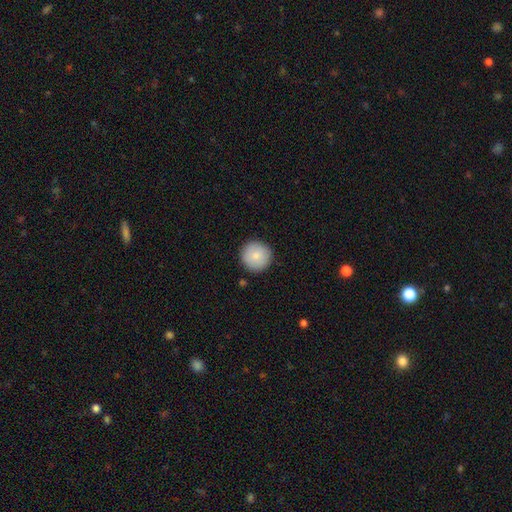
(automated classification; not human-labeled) A smooth galaxy with no disk features (85%) that is round (96%).

Vote fractions:
- Smooth or featured? smooth: 85% / featured or disk: 9% / star or artifact: 7%
- How rounded? round: 96% / in between: 3% / cigar-shaped: 1%
- Merging? none: 90% / minor disturbance: 7% / major disturbance: 2% / merger: 1%